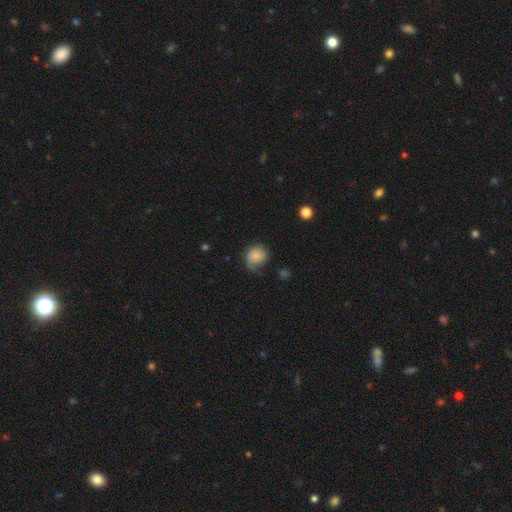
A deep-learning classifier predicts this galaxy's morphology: Overall: smooth (80%). How rounded: round (74%). Merging: none (54%; minor disturbance 31%).